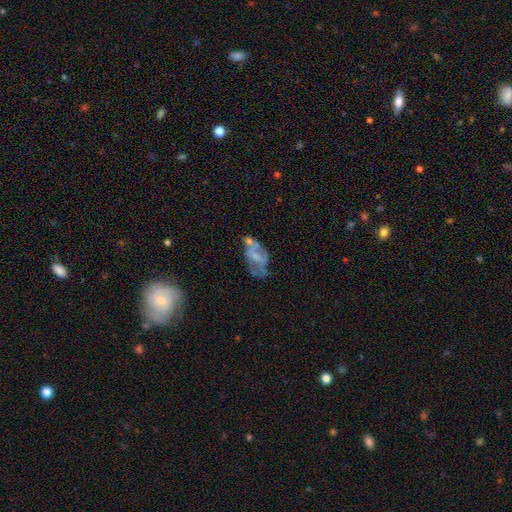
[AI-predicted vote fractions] Overall: featured or disk (62%; smooth 28%). Edge-on disk: no (95%). Bar: no (55%; weak 35%). Spiral arms: no (60%; yes 40%). Bulge size: small (38%; moderate 30%). Merging: none (32%; merger 24%).